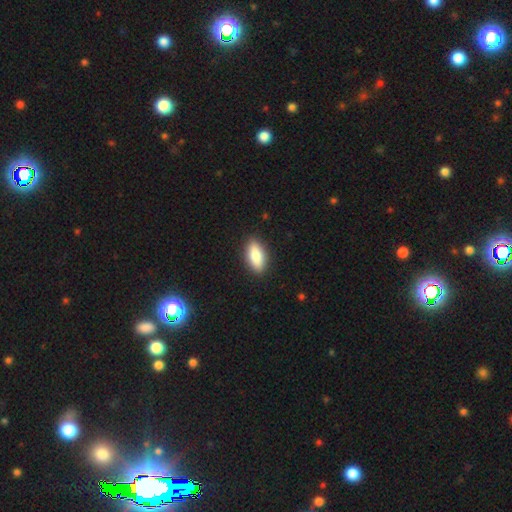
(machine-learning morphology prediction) A smooth galaxy with no disk features (81%) that is in between round and cigar-shaped (80%). Merging: none (89%).